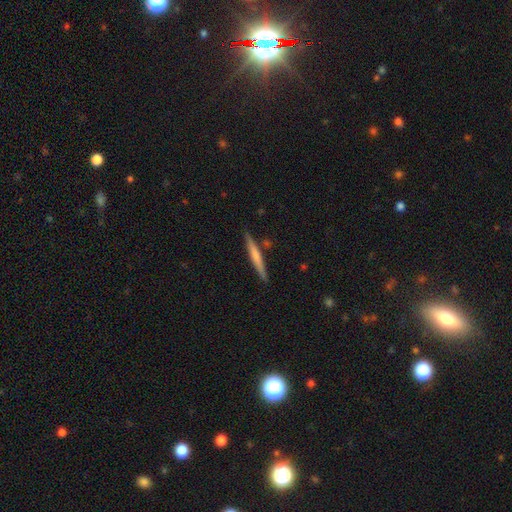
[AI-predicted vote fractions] smooth_or_featured: smooth (p=0.56) [alt: featured or disk p=0.38]
how_rounded: cigar-shaped (p=0.96) [alt: in between p=0.03]
merging: none (p=0.86) [alt: minor disturbance p=0.09]